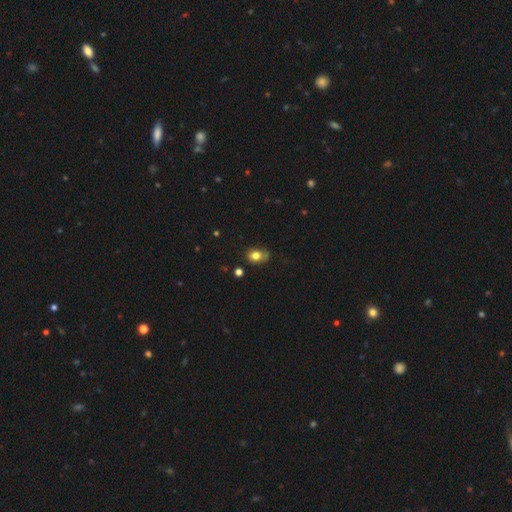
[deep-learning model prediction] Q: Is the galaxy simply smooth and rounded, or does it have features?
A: smooth — 78%.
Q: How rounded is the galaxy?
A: in between — 57%.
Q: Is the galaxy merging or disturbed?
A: none — 57%.